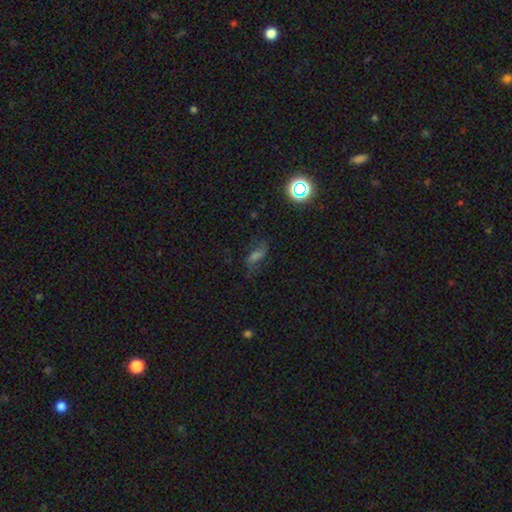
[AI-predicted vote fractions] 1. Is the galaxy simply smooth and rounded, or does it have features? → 43% featured or disk, 32% smooth, 25% star or artifact.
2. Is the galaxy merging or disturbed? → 65% none, 19% minor disturbance, 13% major disturbance, 2% merger.